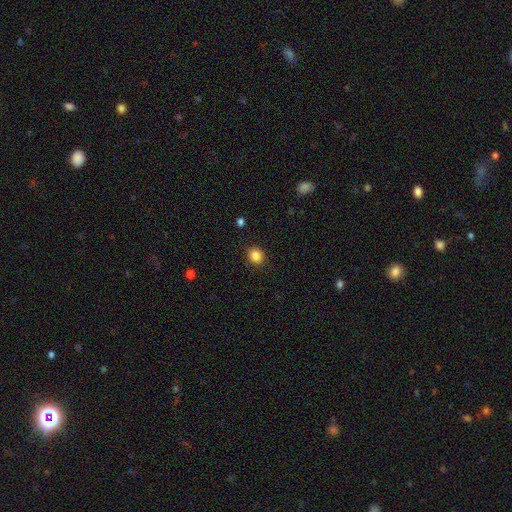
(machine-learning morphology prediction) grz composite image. It shows a smooth galaxy with no disk features (86%) that is round (79%). Merging: none (89%).